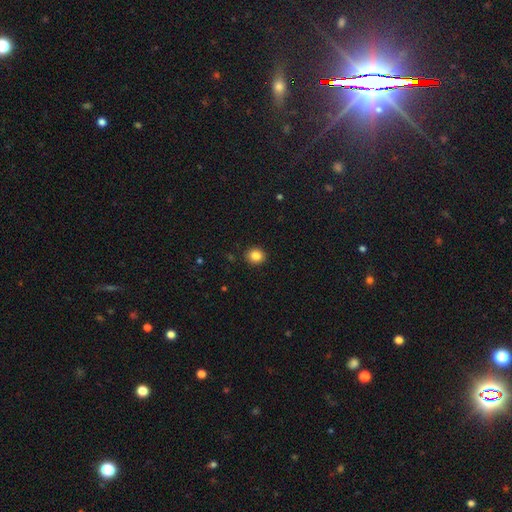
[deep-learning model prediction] The model was most divided on "how rounded": round: 81%, in between: 18%, cigar-shaped: 1%. More confident: merging — none (91%); smooth or featured — smooth (84%).